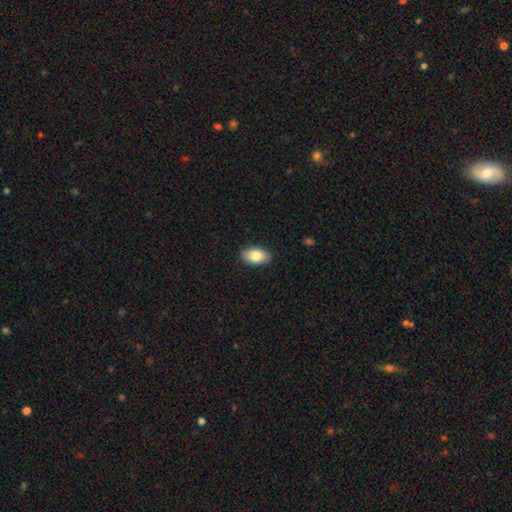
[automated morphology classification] Overall: smooth (84%). How rounded: in between (92%). Merging: none (89%).